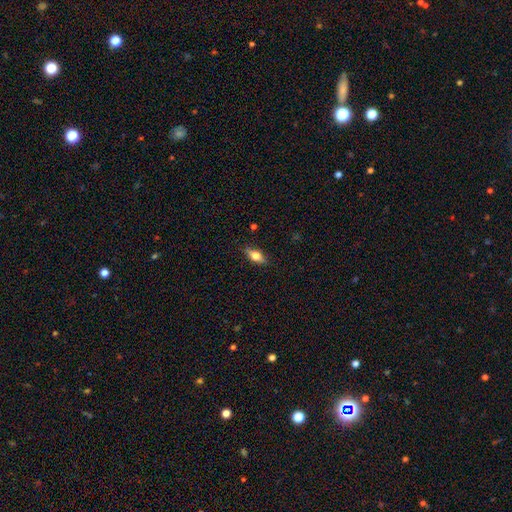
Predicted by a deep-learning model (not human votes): The model was most divided on "smooth or featured": smooth: 64%, featured or disk: 28%, star or artifact: 8%. More confident: merging — none (85%); how rounded — in between (76%).